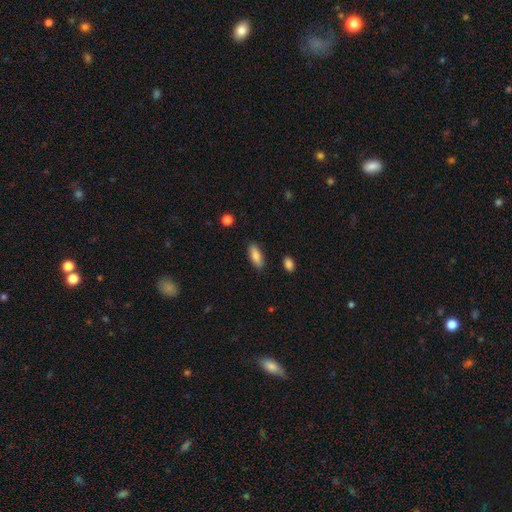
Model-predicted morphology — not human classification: smooth_or_featured: smooth (p=0.79) [alt: featured or disk p=0.14]
how_rounded: in between (p=0.72) [alt: cigar-shaped p=0.25]
merging: none (p=0.87) [alt: minor disturbance p=0.09]